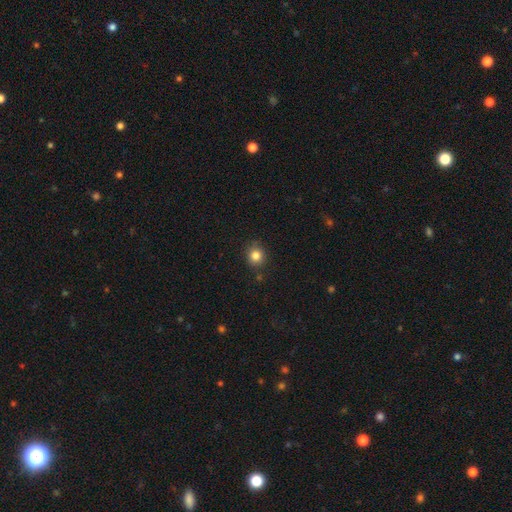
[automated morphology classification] smooth_or_featured: smooth (p=0.83) [alt: star or artifact p=0.12]
how_rounded: round (p=0.84) [alt: in between p=0.15]
merging: none (p=0.86) [alt: minor disturbance p=0.10]